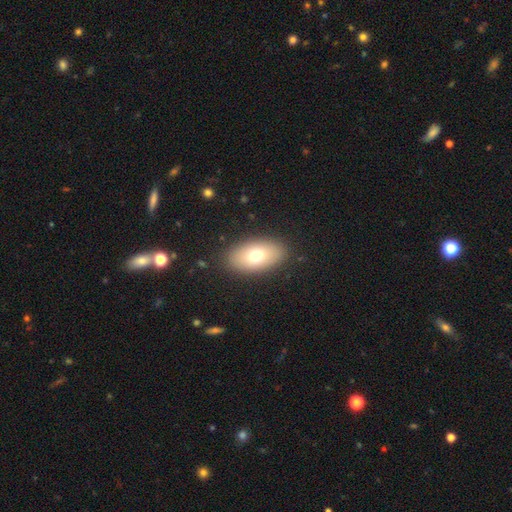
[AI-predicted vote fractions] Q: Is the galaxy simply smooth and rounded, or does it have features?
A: smooth — 71%.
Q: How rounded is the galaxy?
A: in between — 91%.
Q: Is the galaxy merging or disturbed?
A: none — 87%.